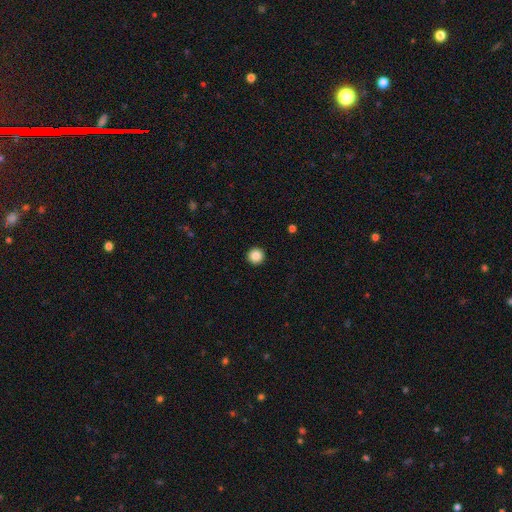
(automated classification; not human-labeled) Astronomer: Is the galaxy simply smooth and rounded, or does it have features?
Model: smooth — 87%.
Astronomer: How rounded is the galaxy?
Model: round — 97%.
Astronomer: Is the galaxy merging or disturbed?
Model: none — 94%.